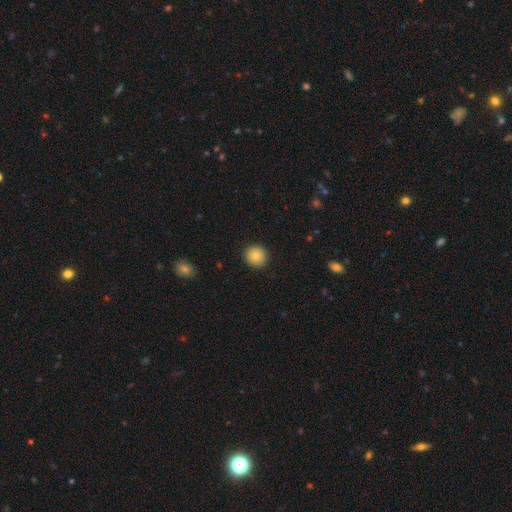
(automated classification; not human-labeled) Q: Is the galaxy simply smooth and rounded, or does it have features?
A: smooth — 84%.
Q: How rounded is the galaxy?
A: round — 93%.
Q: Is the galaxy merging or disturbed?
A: none — 92%.